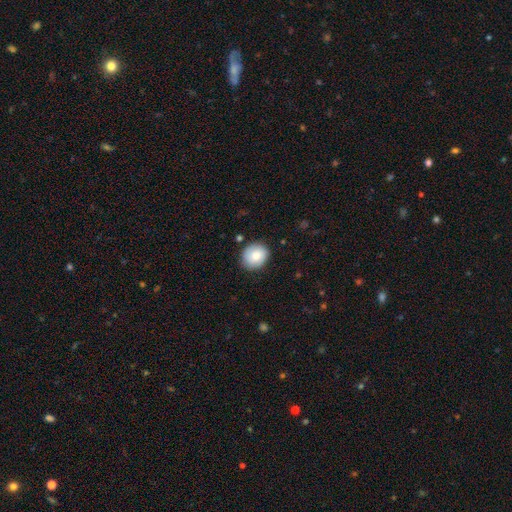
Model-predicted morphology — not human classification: A smooth galaxy with no disk features (81%) that is round (72%). Merging: none (84%).